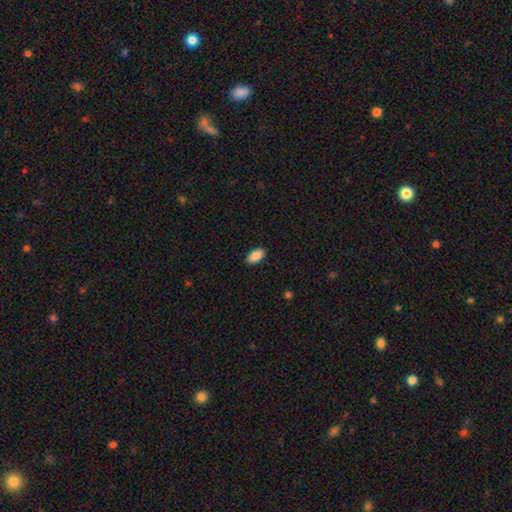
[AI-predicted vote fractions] Smooth or featured: smooth — 88% (star or artifact — 7%)
How rounded: in between — 93% (cigar-shaped — 4%)
Merging: none — 90% (minor disturbance — 8%)